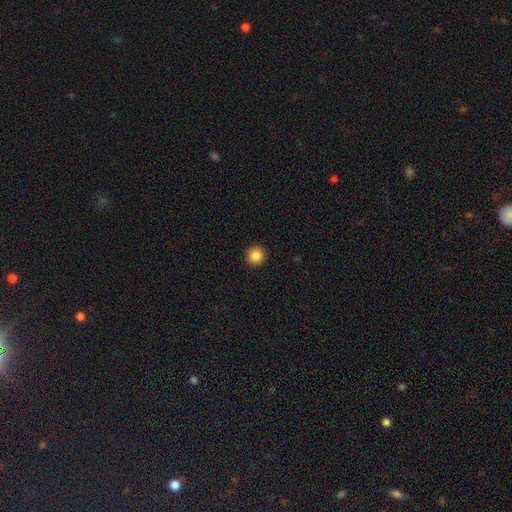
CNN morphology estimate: type=smooth (87%); roundness=round (95%); merging=none (94%).